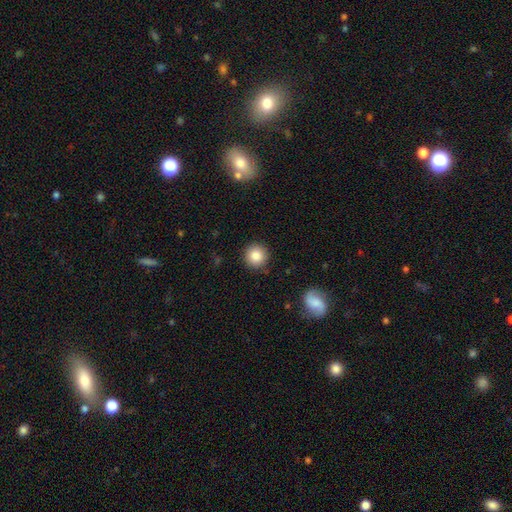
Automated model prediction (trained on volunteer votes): smooth_or_featured: smooth (p=0.85) [alt: star or artifact p=0.09]
how_rounded: round (p=0.94) [alt: in between p=0.05]
merging: none (p=0.90) [alt: minor disturbance p=0.06]